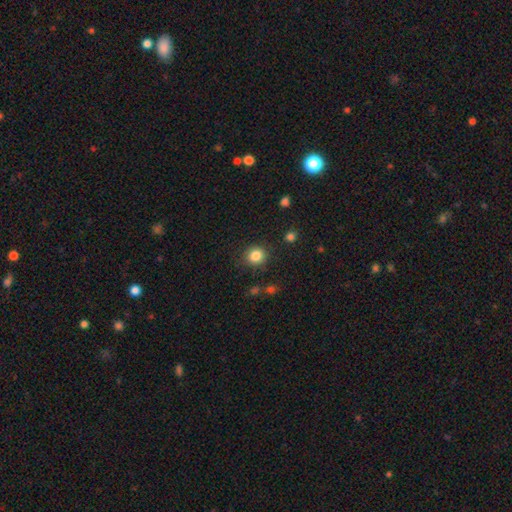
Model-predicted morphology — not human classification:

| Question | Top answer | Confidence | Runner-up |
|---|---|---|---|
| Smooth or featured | smooth | 84% | star or artifact (11%) |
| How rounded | round | 85% | in between (14%) |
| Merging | none | 87% | minor disturbance (8%) |